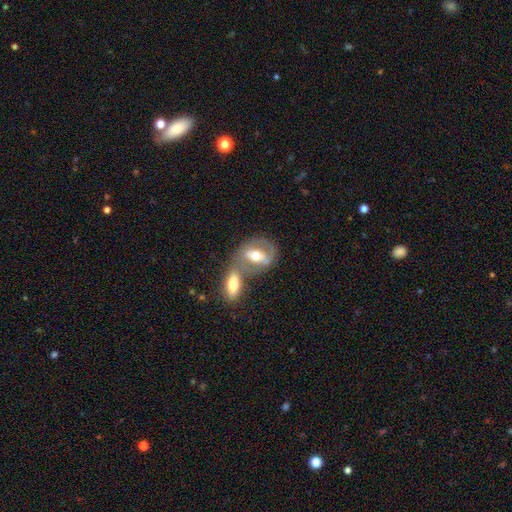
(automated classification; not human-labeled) A featured or disk galaxy (59%) with a weak bar (35%, tied with strong), spiral arms (56%) and a moderate central bulge (73%). Merging: merger (47%).